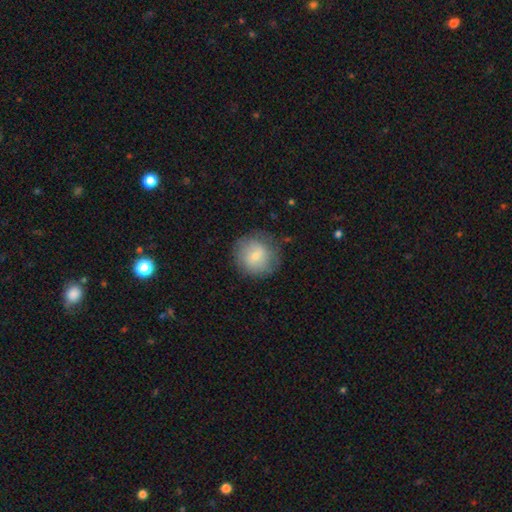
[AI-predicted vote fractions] A smooth galaxy with no disk features (71%) that is round (89%).

Vote fractions:
- Smooth or featured? smooth: 71% / featured or disk: 21% / star or artifact: 8%
- How rounded? round: 89% / in between: 10% / cigar-shaped: 1%
- Merging? none: 75% / minor disturbance: 17% / major disturbance: 7% / merger: 1%